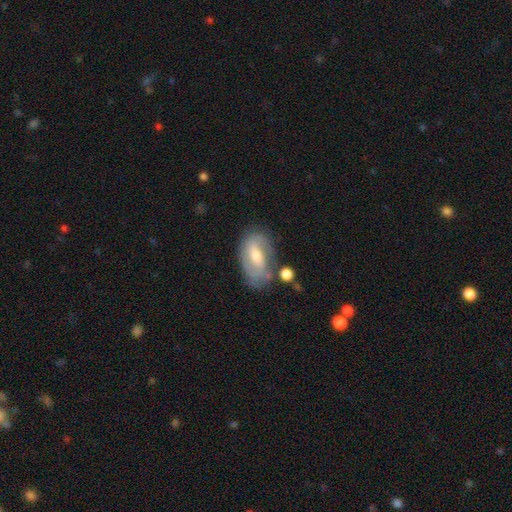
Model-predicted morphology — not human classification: type=featured or disk (67%); edge-on=no (94%); bar=weak (48%); spiral arms=yes (81%); winding=medium (41%); arm count=2 (65%); bulge=moderate (57%); merging=none (60%).